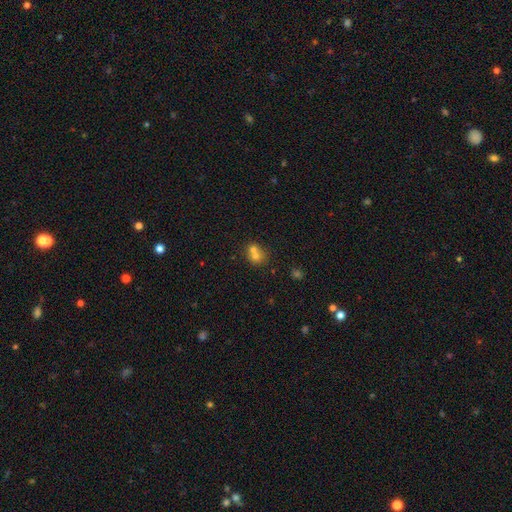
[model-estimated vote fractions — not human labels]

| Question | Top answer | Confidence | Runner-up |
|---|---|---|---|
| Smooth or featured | smooth | 68% | featured or disk (19%) |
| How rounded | round | 73% | in between (26%) |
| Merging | merger | 63% | none (29%) |